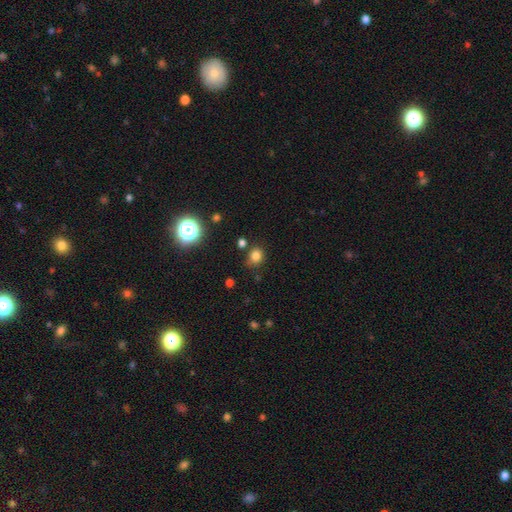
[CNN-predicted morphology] smooth_or_featured: smooth (p=0.78) [alt: star or artifact p=0.16]
how_rounded: round (p=0.75) [alt: in between p=0.24]
merging: none (p=0.75) [alt: minor disturbance p=0.15]